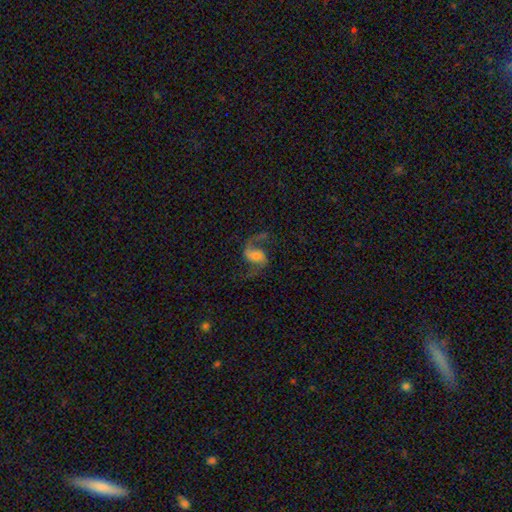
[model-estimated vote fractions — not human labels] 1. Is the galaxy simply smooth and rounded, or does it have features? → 85% featured or disk, 9% smooth, 7% star or artifact.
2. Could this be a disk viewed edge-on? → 98% no, 2% yes.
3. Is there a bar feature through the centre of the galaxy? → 44% no, 40% weak, 16% strong.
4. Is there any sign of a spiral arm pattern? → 96% yes, 4% no.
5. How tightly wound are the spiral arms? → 66% loose, 29% medium, 5% tight.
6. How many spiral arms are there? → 92% 2, 4% 1, 1% can't tell, 1% 3, 1% 4, 1% more than 4.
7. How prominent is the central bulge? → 36% moderate, 35% small, 14% large, 12% none, 3% dominant.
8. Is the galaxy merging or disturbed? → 71% none, 14% major disturbance, 13% minor disturbance, 2% merger.